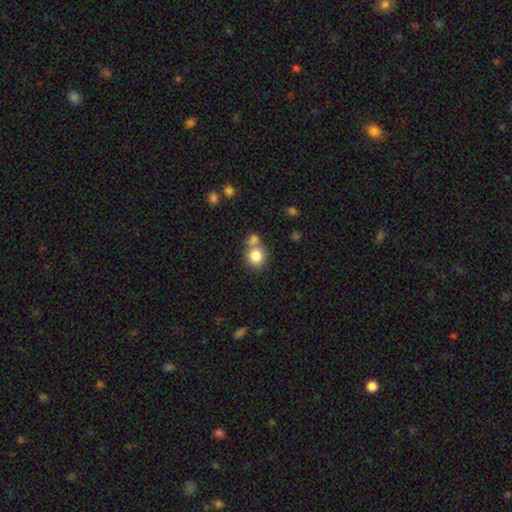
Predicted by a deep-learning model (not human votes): Overall: smooth (83%). How rounded: round (84%). Merging: none (54%; merger 32%).